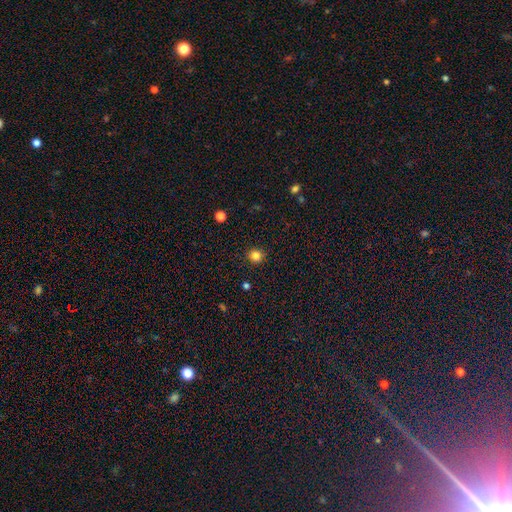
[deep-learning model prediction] The model was most divided on "smooth or featured": smooth: 83%, star or artifact: 12%, featured or disk: 4%. More confident: merging — none (92%); how rounded — round (91%).